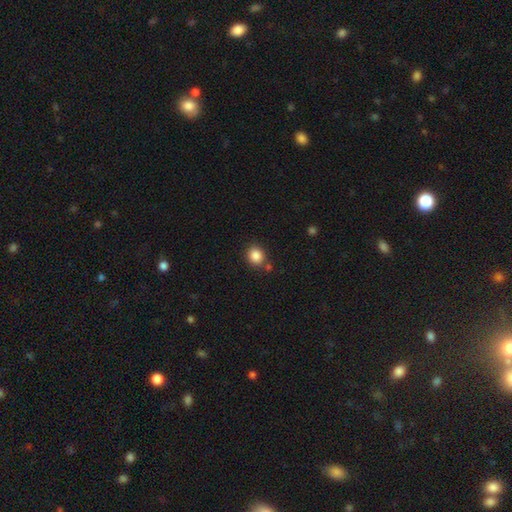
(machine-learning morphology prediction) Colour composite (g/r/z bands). It shows a smooth galaxy with no disk features (86%) that is round (72%). Merging: none (78%).